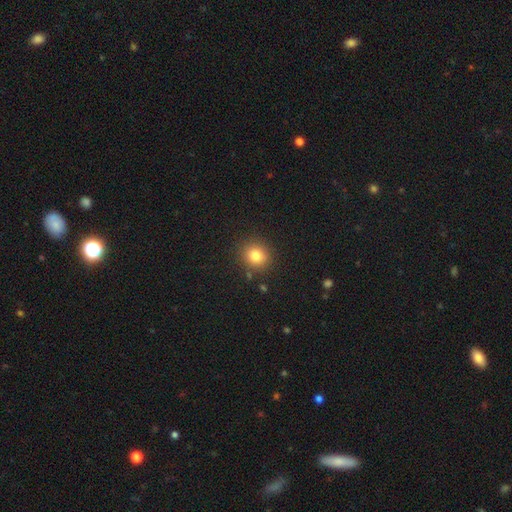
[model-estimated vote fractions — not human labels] smooth 81%, star or artifact 12%, featured or disk 7%. Down the decision tree: how rounded — round (84%); merging — none (87%).